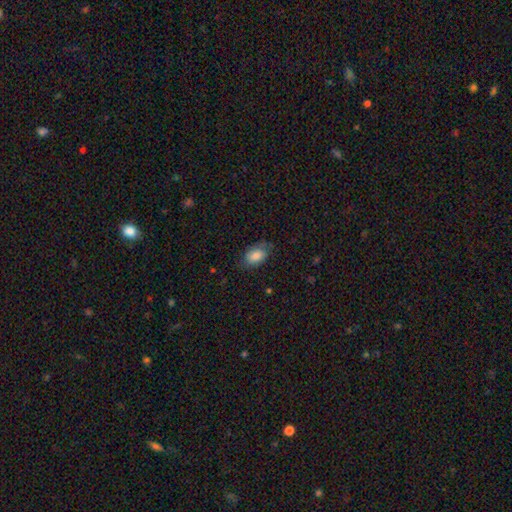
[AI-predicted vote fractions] A smooth galaxy with no disk features (81%) that is in between round and cigar-shaped (89%). Merging: none (68%).